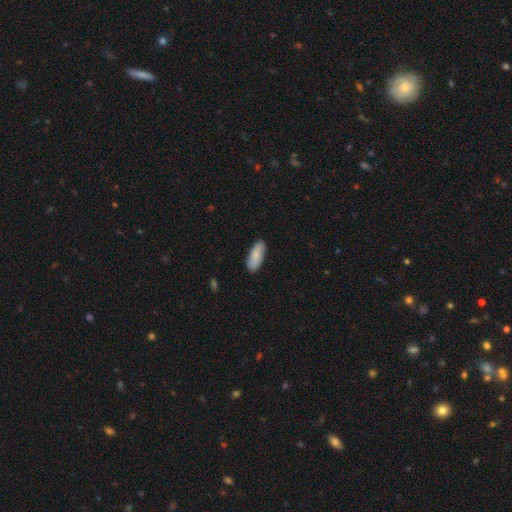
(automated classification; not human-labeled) A smooth galaxy with no disk features (86%) that is in between round and cigar-shaped (76%).

Vote fractions:
- Smooth or featured? smooth: 86% / featured or disk: 9% / star or artifact: 5%
- How rounded? in between: 76% / cigar-shaped: 22% / round: 2%
- Merging? none: 88% / minor disturbance: 9% / major disturbance: 2% / merger: 1%